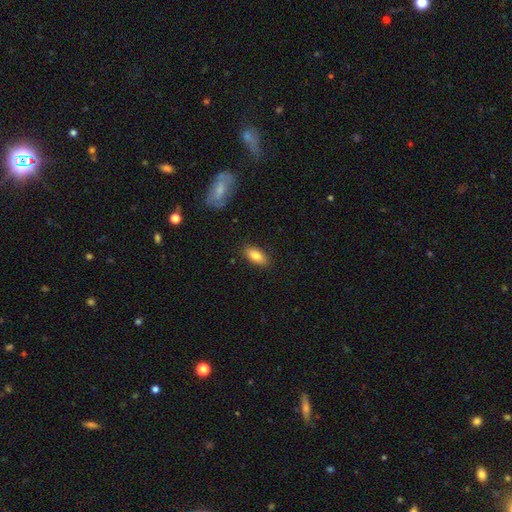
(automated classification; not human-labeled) Smooth or featured?
  - smooth: 81% *
  - featured or disk: 12%
  - star or artifact: 7%
How rounded?
  - in between: 87% *
  - cigar-shaped: 10%
  - round: 3%
Merging?
  - none: 87% *
  - minor disturbance: 10%
  - major disturbance: 2%
  - merger: 1%